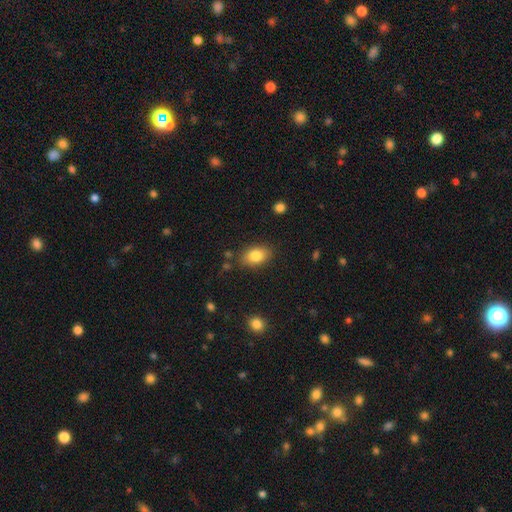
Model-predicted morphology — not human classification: A smooth galaxy with no disk features (83%) that is in between round and cigar-shaped (86%). Merging: none (83%).